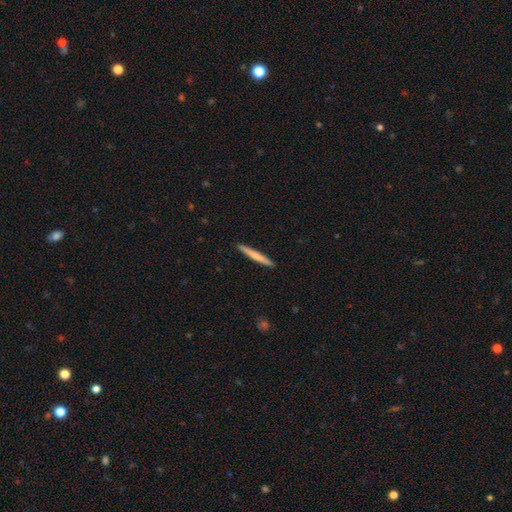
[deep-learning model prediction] Overall: smooth (63%; featured or disk 32%). How rounded: cigar-shaped (96%). Merging: none (92%).